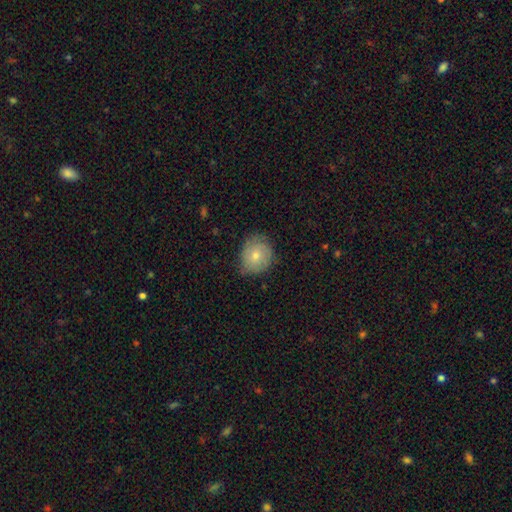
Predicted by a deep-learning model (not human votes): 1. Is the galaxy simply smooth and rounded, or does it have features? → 65% smooth, 28% featured or disk, 7% star or artifact.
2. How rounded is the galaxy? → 71% round, 28% in between, 1% cigar-shaped.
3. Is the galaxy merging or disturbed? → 70% none, 24% minor disturbance, 5% major disturbance, 1% merger.